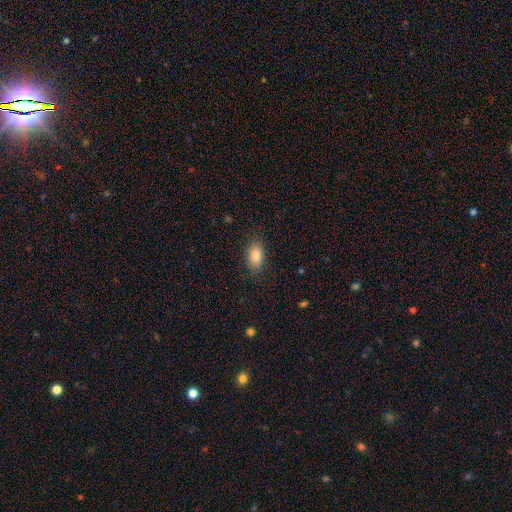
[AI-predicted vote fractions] smooth-or-featured: smooth: 84% | star or artifact: 8% | featured or disk: 8%
  how-rounded: in between: 89% | round: 8% | cigar-shaped: 3%
  merging: none: 85% | minor disturbance: 11% | major disturbance: 3% | merger: 1%